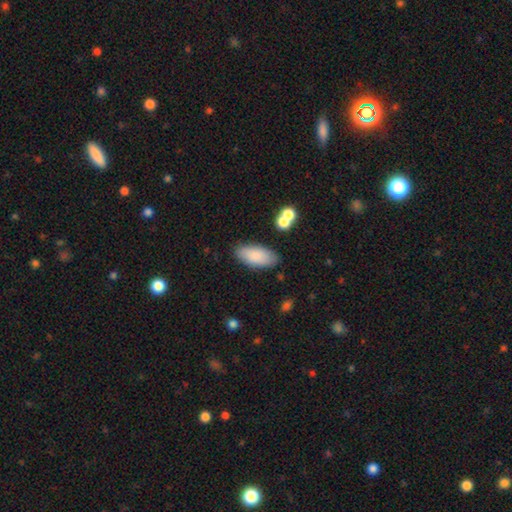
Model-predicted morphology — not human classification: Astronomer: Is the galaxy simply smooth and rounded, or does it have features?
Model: smooth — 84%.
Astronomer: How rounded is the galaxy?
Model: in between — 88%.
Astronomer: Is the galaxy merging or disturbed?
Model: none — 83%.